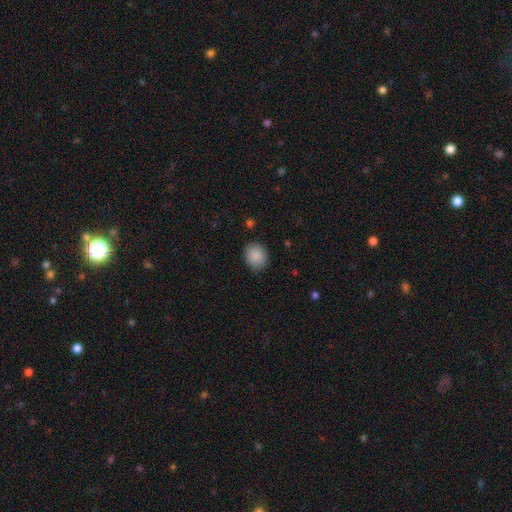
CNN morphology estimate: The model was most divided on "how rounded": round: 70%, in between: 29%, cigar-shaped: 1%. More confident: smooth or featured — smooth (89%); merging — none (85%).